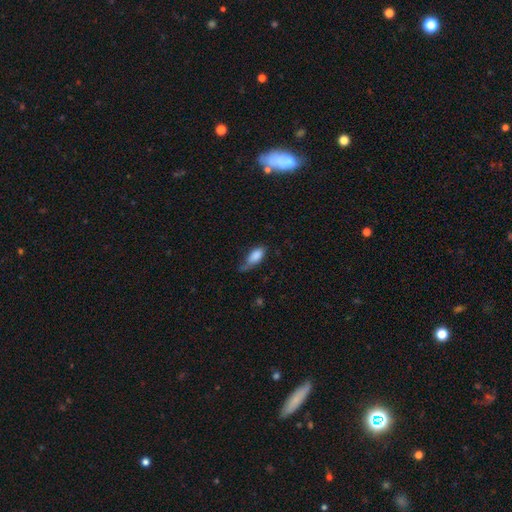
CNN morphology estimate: Overall: smooth (83%). How rounded: in between (85%). Merging: minor disturbance (40%; none 39%).